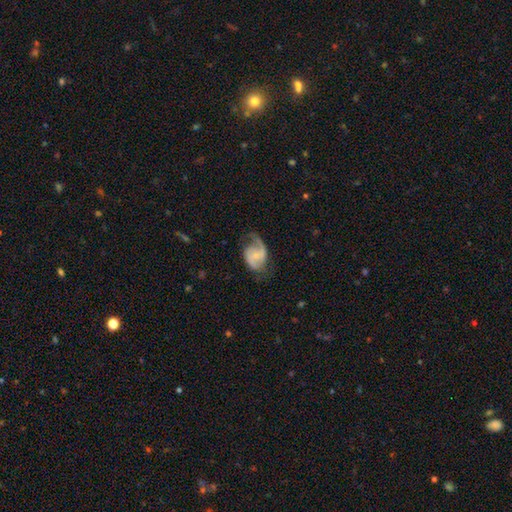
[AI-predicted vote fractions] This appears to be a featured or disk galaxy (73%) with no bar (54%), 2 (66%) medium (44%) spiral arms (92%) and a small central bulge (55%). Merging: none (49%).